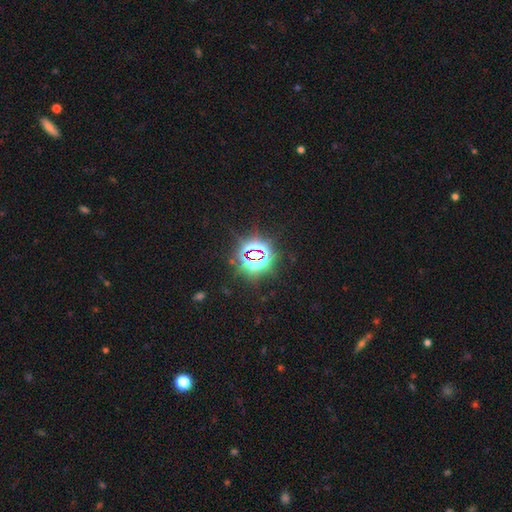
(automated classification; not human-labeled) Overall: star or artifact (81%).